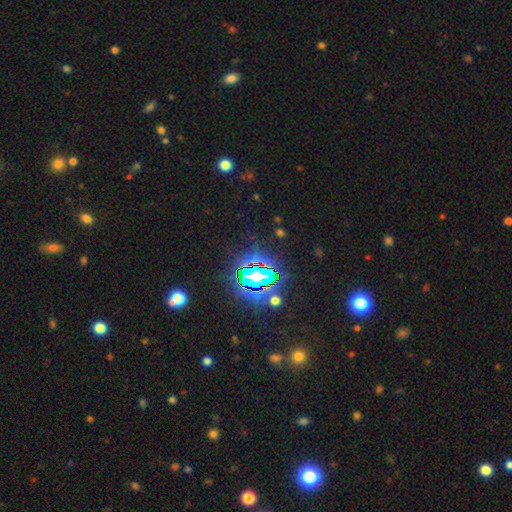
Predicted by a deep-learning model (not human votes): Overall: star or artifact (78%).